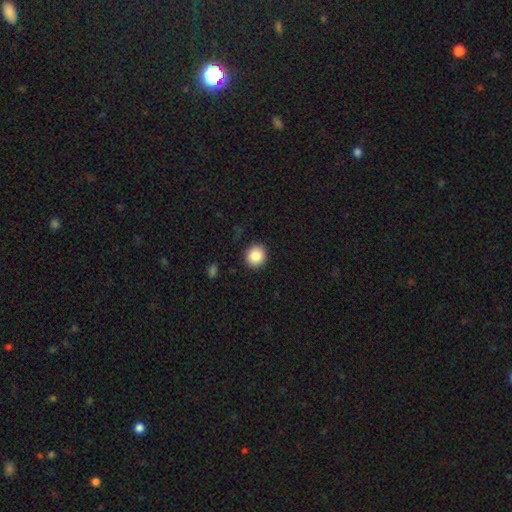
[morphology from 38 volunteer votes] type=smooth (95%); roundness=round (97%); merging=none (89%).